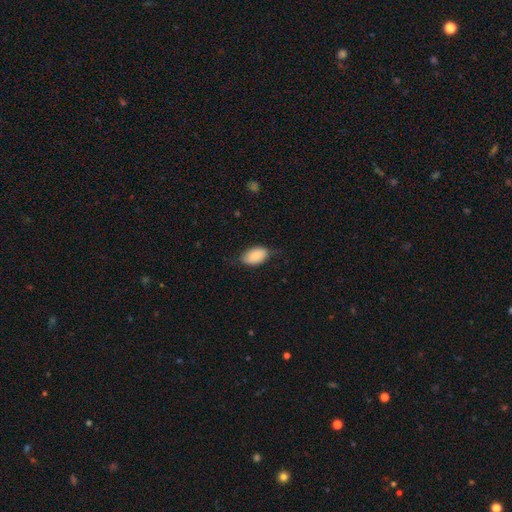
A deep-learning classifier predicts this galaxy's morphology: This appears to be a smooth galaxy with no disk features (82%) that is in between round and cigar-shaped (93%). Merging: none (65%).